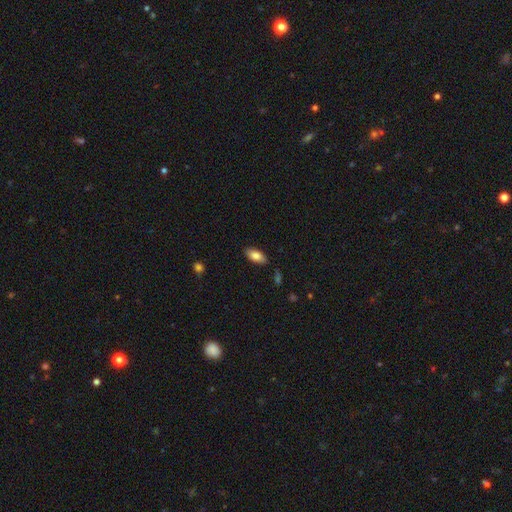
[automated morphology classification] A smooth galaxy with no disk features (81%) that is in between round and cigar-shaped (91%). Merging: none (85%).